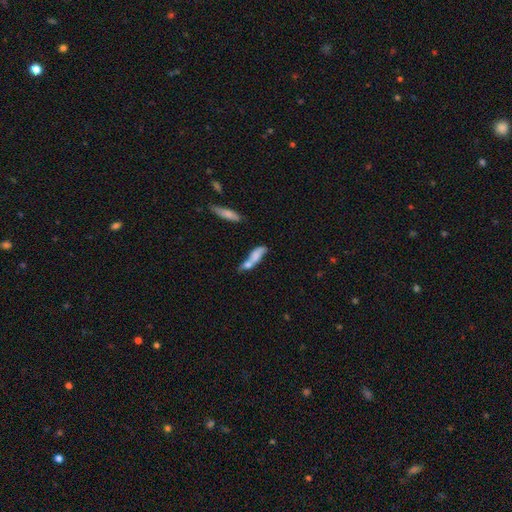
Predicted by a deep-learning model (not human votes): smooth-or-featured: smooth: 63% | featured or disk: 29% | star or artifact: 9%
  how-rounded: in between: 50% | cigar-shaped: 45% | round: 4%
  merging: merger: 53% | none: 24% | minor disturbance: 13% | major disturbance: 10%